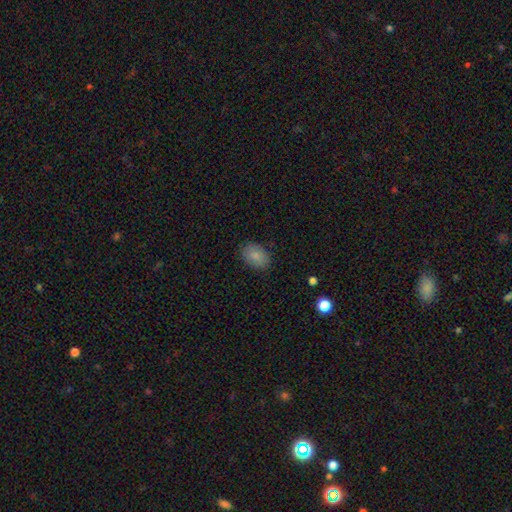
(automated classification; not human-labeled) The model was most divided on "how rounded": in between: 83%, round: 15%, cigar-shaped: 1%. More confident: merging — none (86%); smooth or featured — smooth (85%).